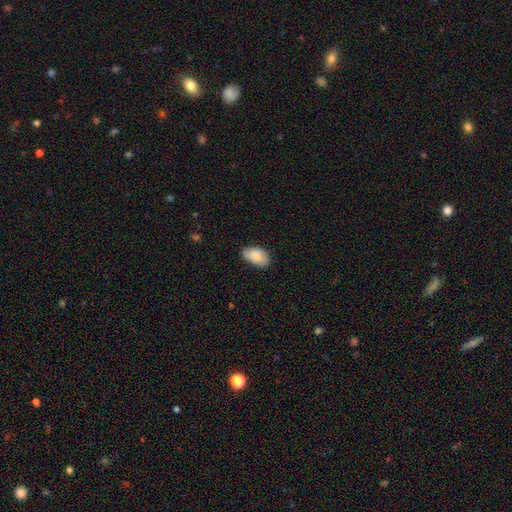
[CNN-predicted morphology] Q: Smooth or featured?
A: smooth (83%); runner-up: featured or disk (11%)
Q: How rounded?
A: in between (94%); runner-up: round (4%)
Q: Merging?
A: none (71%); runner-up: minor disturbance (24%)